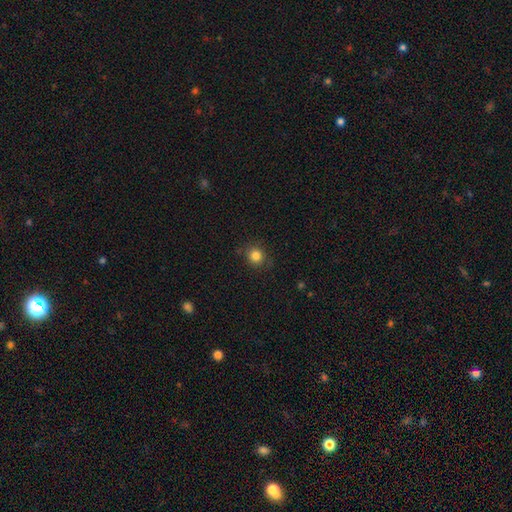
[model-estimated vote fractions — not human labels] The model was most divided on "smooth or featured": smooth: 83%, star or artifact: 12%, featured or disk: 5%. More confident: how rounded — round (88%); merging — none (84%).